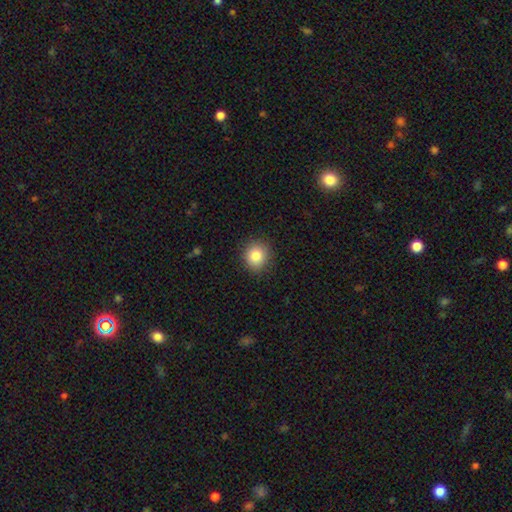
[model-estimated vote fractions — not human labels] A smooth galaxy with no disk features (84%) that is round (85%). Merging: none (88%).